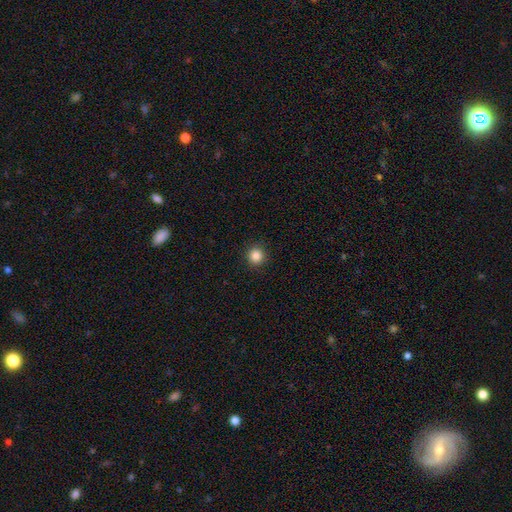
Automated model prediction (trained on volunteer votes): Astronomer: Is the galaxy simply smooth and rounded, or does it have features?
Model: smooth — 85%.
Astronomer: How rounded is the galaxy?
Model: round — 93%.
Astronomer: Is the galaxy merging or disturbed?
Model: none — 92%.